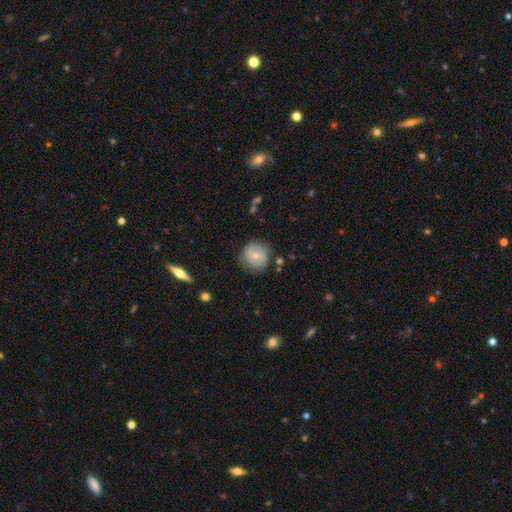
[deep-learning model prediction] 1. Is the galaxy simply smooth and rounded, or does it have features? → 47% featured or disk, 46% smooth, 7% star or artifact.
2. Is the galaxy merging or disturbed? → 71% none, 20% minor disturbance, 7% major disturbance, 2% merger.